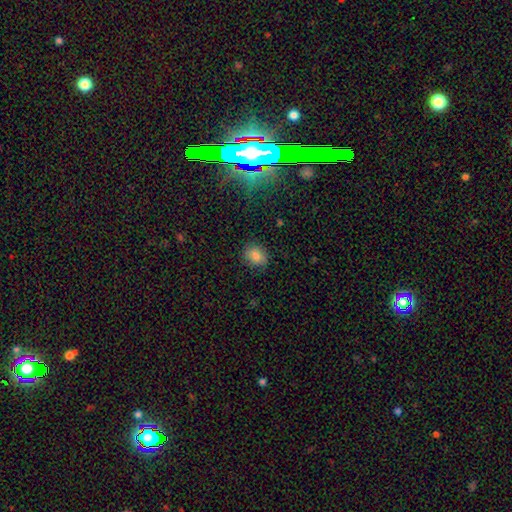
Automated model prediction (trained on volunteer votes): Smooth or featured: smooth — 81% (star or artifact — 11%)
How rounded: round — 56% (in between — 43%)
Merging: none — 84% (minor disturbance — 12%)